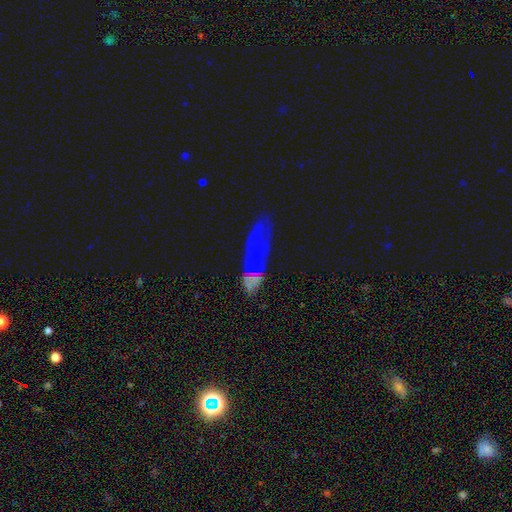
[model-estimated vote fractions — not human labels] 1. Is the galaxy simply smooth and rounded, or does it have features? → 41% smooth, 33% featured or disk, 26% star or artifact.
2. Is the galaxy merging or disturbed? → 45% none, 21% minor disturbance, 20% major disturbance, 14% merger.